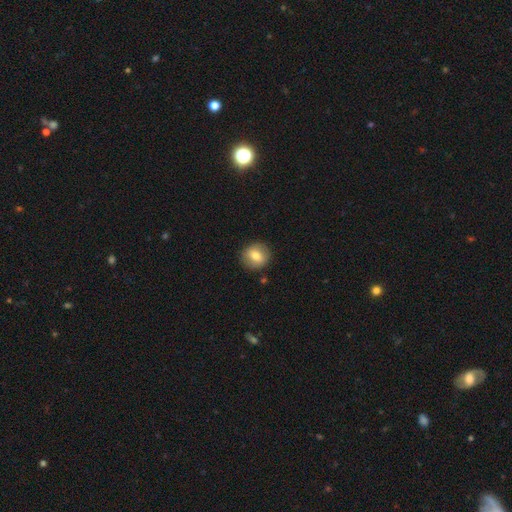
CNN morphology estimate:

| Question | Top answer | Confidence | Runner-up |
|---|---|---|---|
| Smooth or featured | smooth | 72% | featured or disk (20%) |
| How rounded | round | 84% | in between (14%) |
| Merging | none | 88% | minor disturbance (8%) |